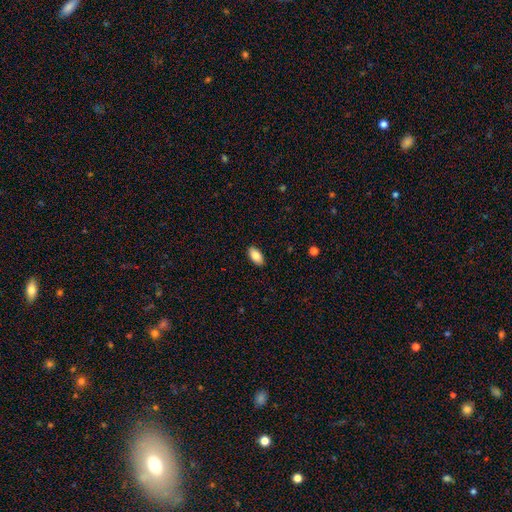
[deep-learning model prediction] Overall: smooth (85%). How rounded: in between (92%). Merging: none (89%).